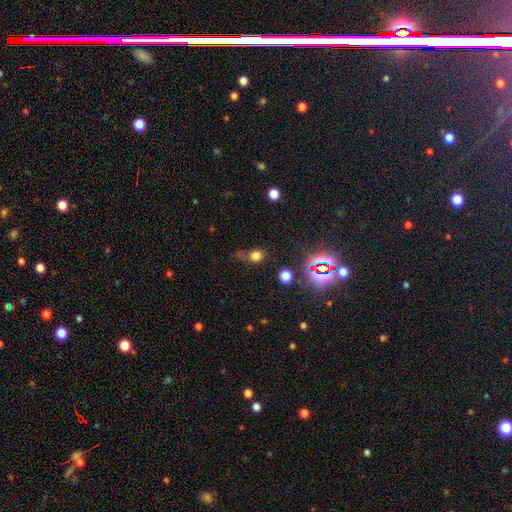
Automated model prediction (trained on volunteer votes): The model was most divided on "merging": none: 59%, minor disturbance: 21%, major disturbance: 11%, merger: 9%. More confident: how rounded — round (74%); smooth or featured — smooth (70%).